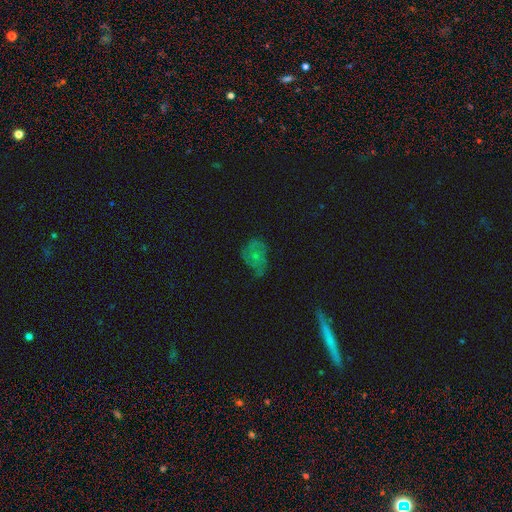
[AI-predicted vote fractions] Overall: featured or disk (43%; smooth 40%). Merging: none (41%; minor disturbance 30%).